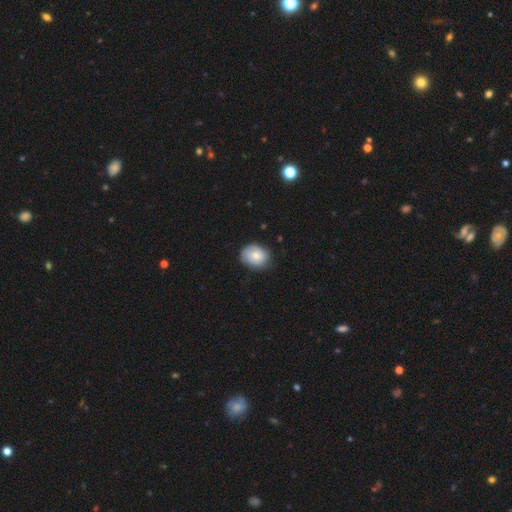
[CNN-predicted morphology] A smooth galaxy with no disk features (73%) that is round (51%). Merging: none (74%).